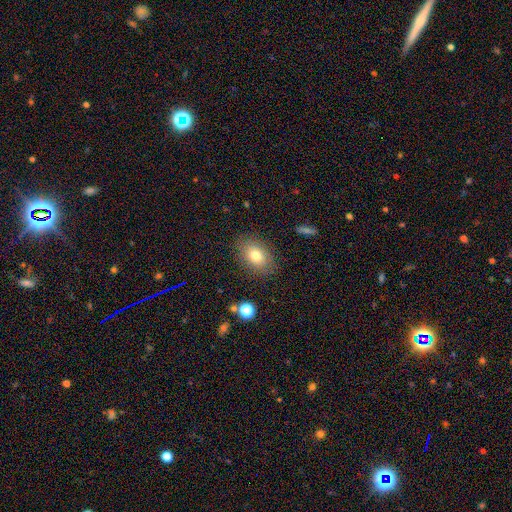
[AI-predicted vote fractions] Smooth or featured? smooth (78%)
How rounded? in between (76%)
Merging? none (85%)